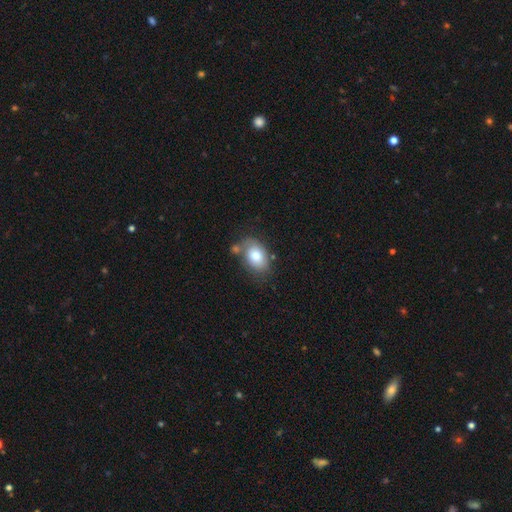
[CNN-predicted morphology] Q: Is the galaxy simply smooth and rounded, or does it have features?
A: smooth — 77%.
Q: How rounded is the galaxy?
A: in between — 81%.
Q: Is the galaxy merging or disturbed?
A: none — 58%.